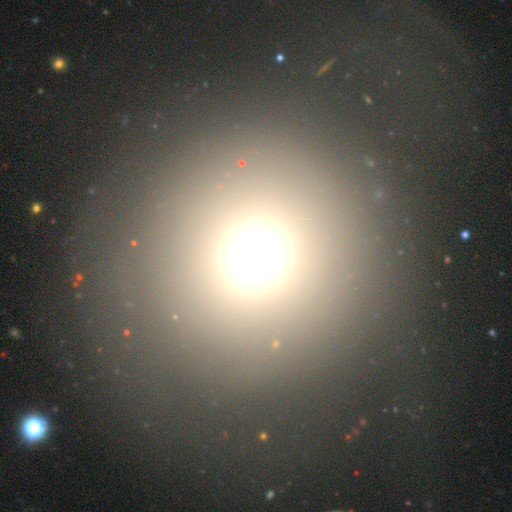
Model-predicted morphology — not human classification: Q: Smooth or featured?
A: smooth (67%); runner-up: star or artifact (24%)
Q: How rounded?
A: round (94%); runner-up: in between (5%)
Q: Merging?
A: none (87%); runner-up: minor disturbance (6%)